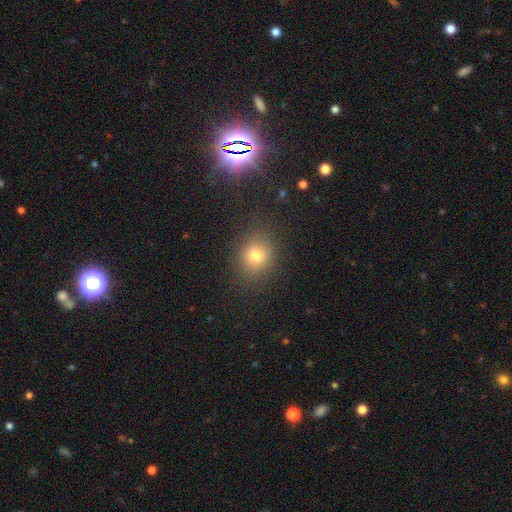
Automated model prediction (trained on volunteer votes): smooth 76%, star or artifact 15%, featured or disk 9%. Down the decision tree: how rounded — round (71%); merging — none (83%).